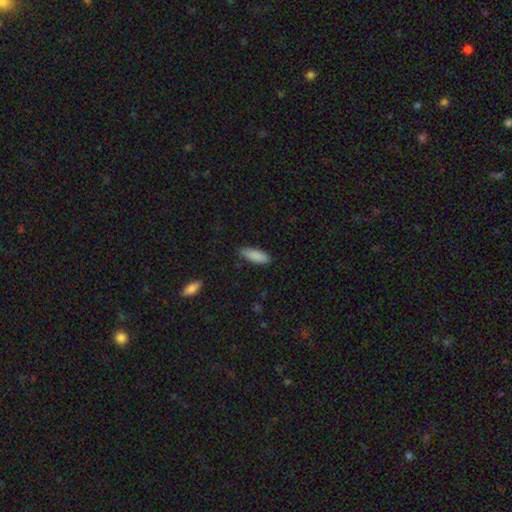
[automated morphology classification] Q: Smooth or featured?
A: smooth (88%); runner-up: star or artifact (6%)
Q: How rounded?
A: in between (67%); runner-up: cigar-shaped (32%)
Q: Merging?
A: none (82%); runner-up: minor disturbance (14%)